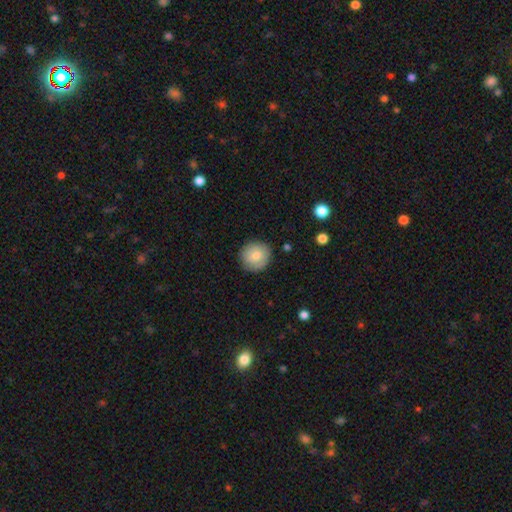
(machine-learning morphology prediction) Q: Smooth or featured?
A: smooth (79%); runner-up: featured or disk (14%)
Q: How rounded?
A: round (92%); runner-up: in between (7%)
Q: Merging?
A: none (87%); runner-up: minor disturbance (9%)